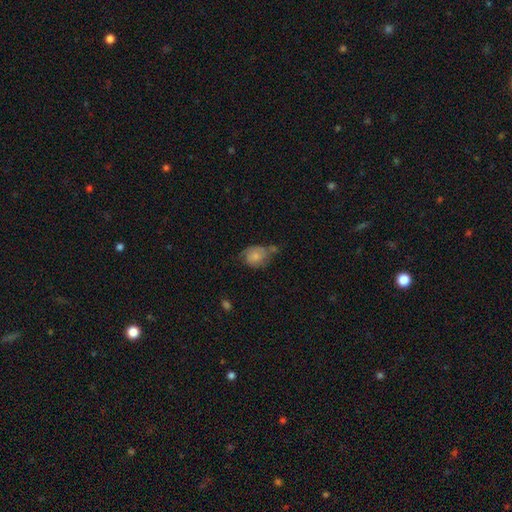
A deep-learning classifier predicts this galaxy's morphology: smooth 71%, featured or disk 22%, star or artifact 8%. Down the decision tree: how rounded — in between (50%); merging — none (36%).